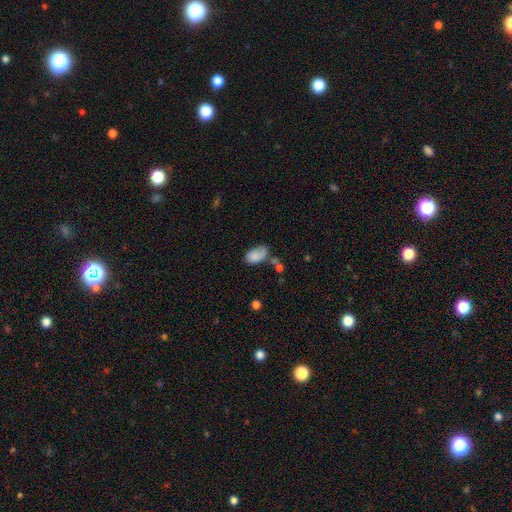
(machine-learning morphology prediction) Smooth or featured?
  - smooth: 78% *
  - featured or disk: 13%
  - star or artifact: 9%
How rounded?
  - in between: 90% *
  - round: 8%
  - cigar-shaped: 2%
Merging?
  - none: 39% *
  - minor disturbance: 29%
  - merger: 17%
  - major disturbance: 15%